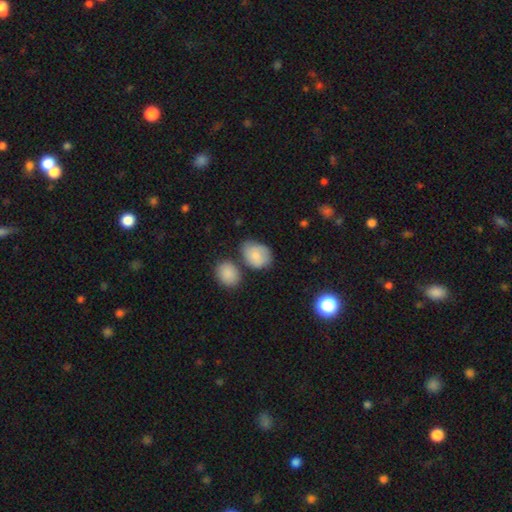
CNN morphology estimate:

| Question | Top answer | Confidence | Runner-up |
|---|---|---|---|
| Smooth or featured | smooth | 77% | featured or disk (16%) |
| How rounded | in between | 64% | round (35%) |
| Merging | none | 53% | minor disturbance (25%) |